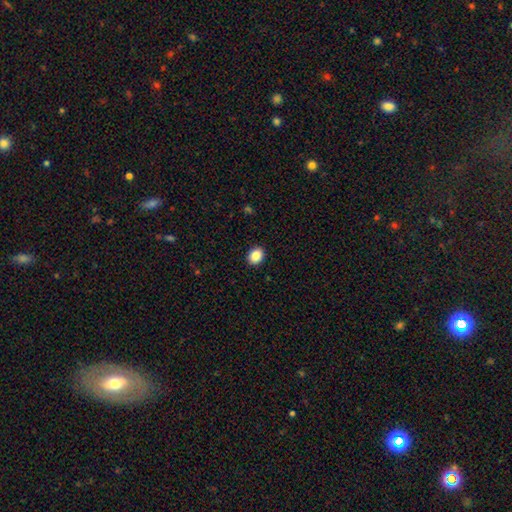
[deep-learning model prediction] This appears to be a smooth galaxy with no disk features (88%) that is round (53%). Merging: none (92%).